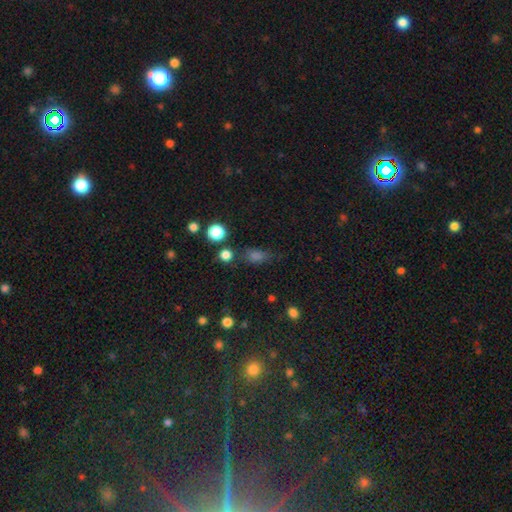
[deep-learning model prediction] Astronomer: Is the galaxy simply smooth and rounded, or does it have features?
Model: smooth — 67%.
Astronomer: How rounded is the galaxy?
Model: in between — 63%.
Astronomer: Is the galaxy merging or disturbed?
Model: none — 65%.